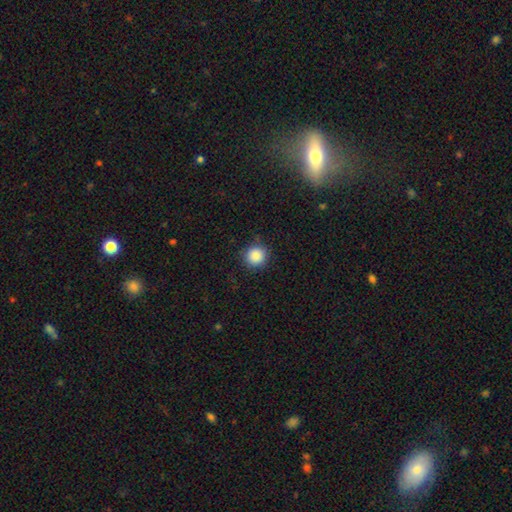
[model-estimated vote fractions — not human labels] Smooth or featured? smooth (88%)
How rounded? round (93%)
Merging? none (87%)